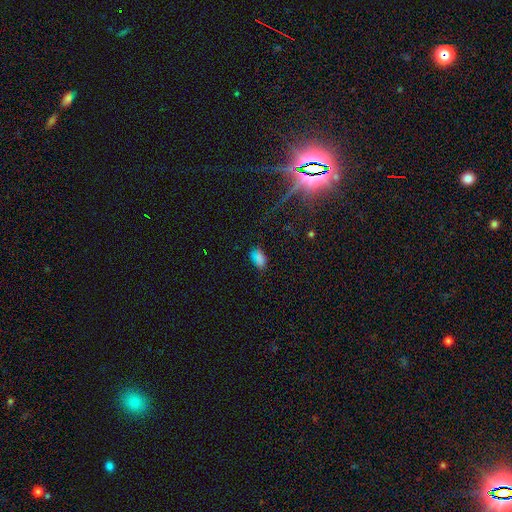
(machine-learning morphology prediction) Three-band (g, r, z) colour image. It shows a smooth galaxy with no disk features (69%) that is in between round and cigar-shaped (90%). Merging: none (71%).